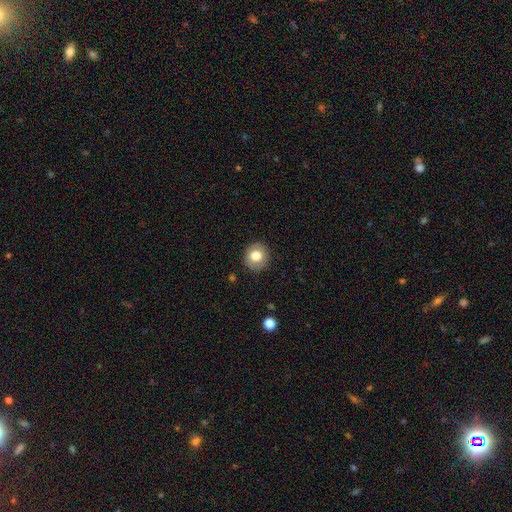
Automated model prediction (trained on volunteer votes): The model was most divided on "smooth or featured": smooth: 73%, featured or disk: 18%, star or artifact: 9%. More confident: merging — none (88%); how rounded — round (86%).